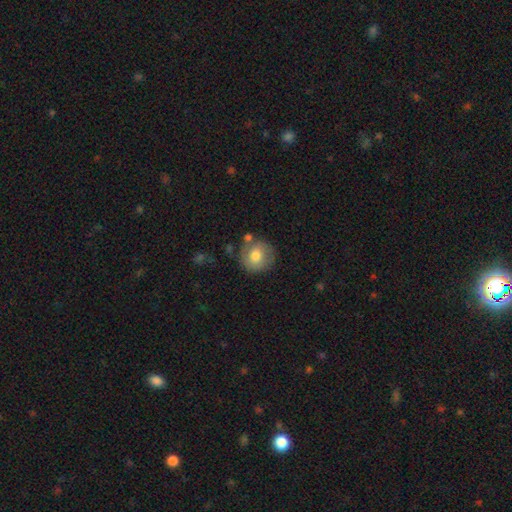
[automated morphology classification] Smooth or featured?
  - smooth: 72% *
  - featured or disk: 20%
  - star or artifact: 8%
How rounded?
  - round: 91% *
  - in between: 8%
  - cigar-shaped: 1%
Merging?
  - none: 73% *
  - minor disturbance: 15%
  - merger: 8%
  - major disturbance: 5%